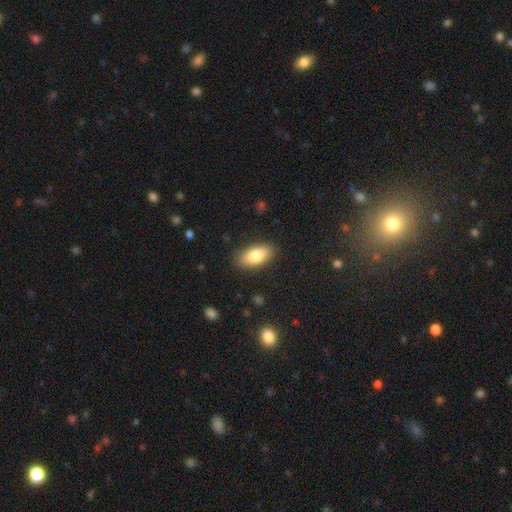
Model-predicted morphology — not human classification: Smooth or featured? Predicted: smooth (p=0.80). How rounded? Predicted: in between (p=0.89). Merging? Predicted: none (p=0.86).